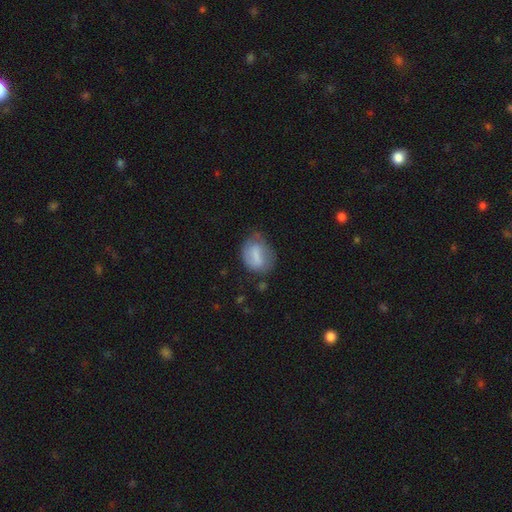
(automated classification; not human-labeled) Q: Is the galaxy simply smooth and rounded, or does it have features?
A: smooth — 65%.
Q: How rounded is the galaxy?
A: in between — 69%.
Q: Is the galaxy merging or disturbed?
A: none — 47%.